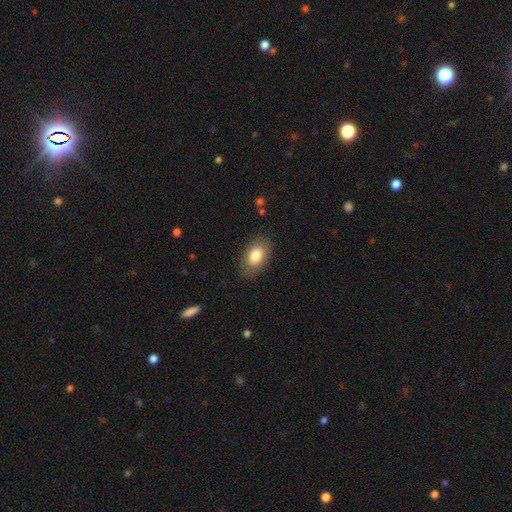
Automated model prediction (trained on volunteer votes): Smooth or featured: smooth — 82% (featured or disk — 11%)
How rounded: in between — 89% (round — 9%)
Merging: none — 82% (minor disturbance — 13%)